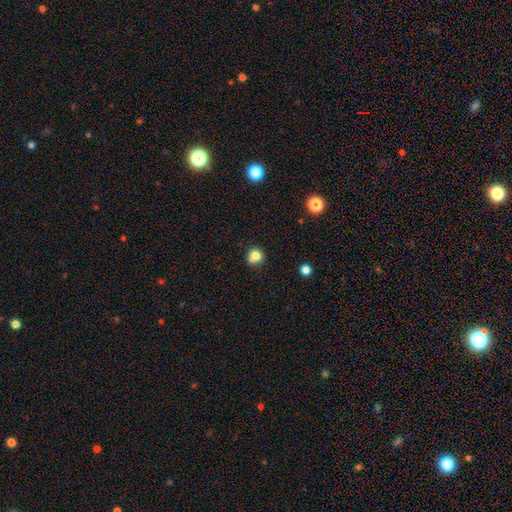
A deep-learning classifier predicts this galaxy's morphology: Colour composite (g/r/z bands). It shows a smooth galaxy with no disk features (79%) that is round (85%). Merging: none (61%).